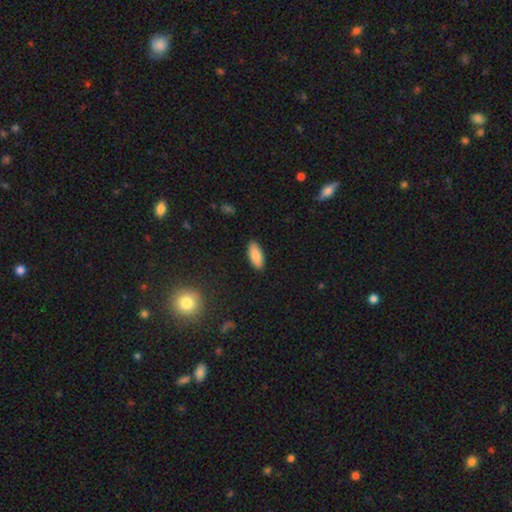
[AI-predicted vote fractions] Smooth or featured: smooth — 87% (star or artifact — 7%)
How rounded: in between — 83% (cigar-shaped — 15%)
Merging: none — 89% (minor disturbance — 8%)